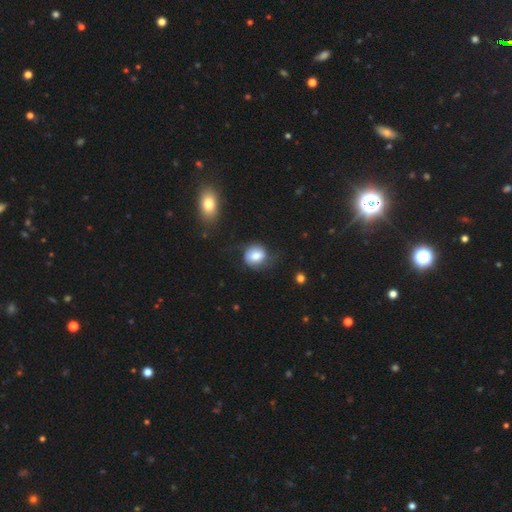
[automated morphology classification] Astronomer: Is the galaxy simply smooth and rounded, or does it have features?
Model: smooth — 69%.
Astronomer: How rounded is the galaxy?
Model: round — 65%.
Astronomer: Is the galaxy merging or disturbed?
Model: none — 55%.